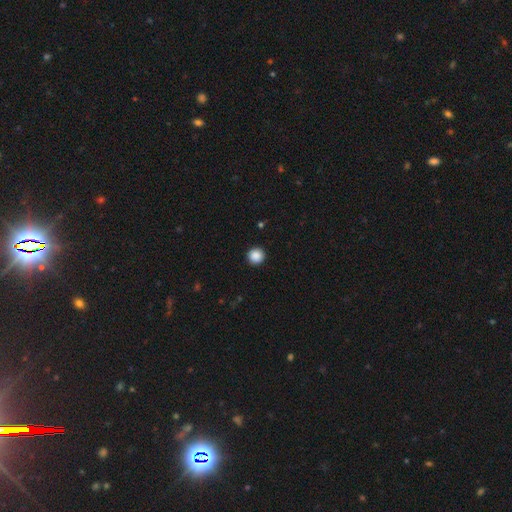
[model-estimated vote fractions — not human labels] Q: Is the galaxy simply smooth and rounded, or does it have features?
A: smooth — 88%.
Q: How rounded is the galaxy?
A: round — 95%.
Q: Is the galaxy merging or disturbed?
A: none — 93%.